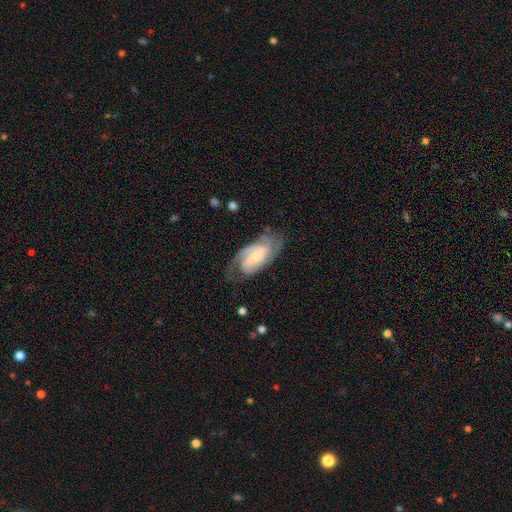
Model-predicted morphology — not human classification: A featured or disk galaxy (84%) with a weak bar (44%), 2 (61%) tight (45%) spiral arms (96%) and a small central bulge (57%). Merging: none (66%).